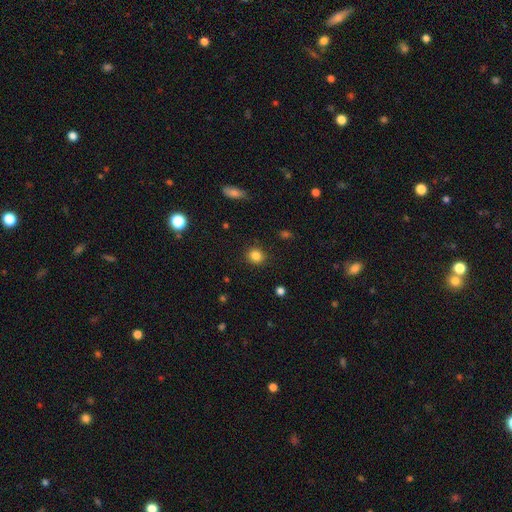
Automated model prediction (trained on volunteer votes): This is clearly a smooth galaxy (84%). How rounded: clearly round (83%). Merging: clearly none (89%).